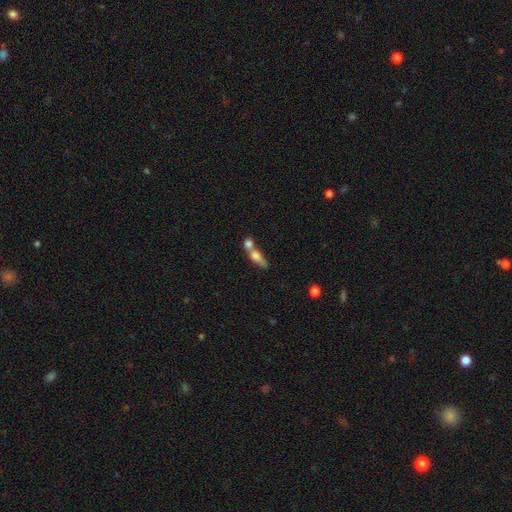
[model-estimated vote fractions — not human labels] A smooth galaxy with no disk features (66%) that is in between round and cigar-shaped (53%). Merging: merger (63%).